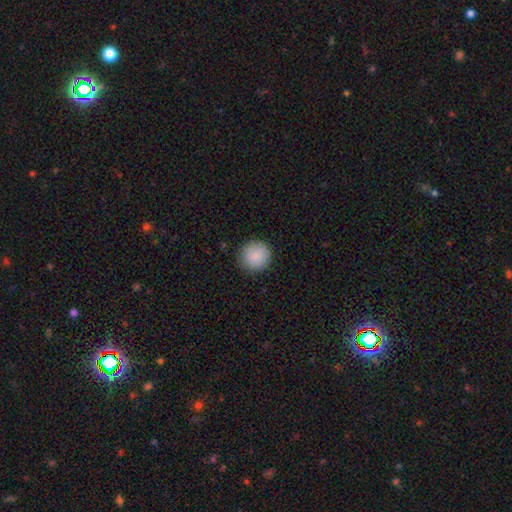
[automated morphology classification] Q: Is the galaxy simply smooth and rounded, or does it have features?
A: smooth — 88%.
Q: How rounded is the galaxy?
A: round — 95%.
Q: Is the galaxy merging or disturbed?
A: none — 89%.